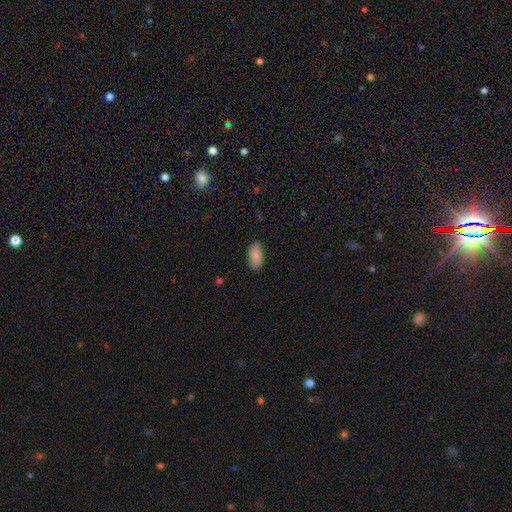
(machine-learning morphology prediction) Smooth or featured? smooth (85%)
How rounded? in between (94%)
Merging? none (79%)